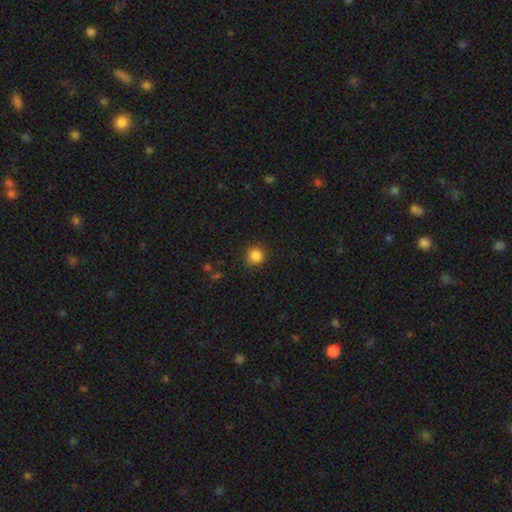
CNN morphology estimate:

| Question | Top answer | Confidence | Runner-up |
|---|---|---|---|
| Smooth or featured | smooth | 86% | star or artifact (11%) |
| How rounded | round | 87% | in between (12%) |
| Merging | none | 83% | minor disturbance (13%) |